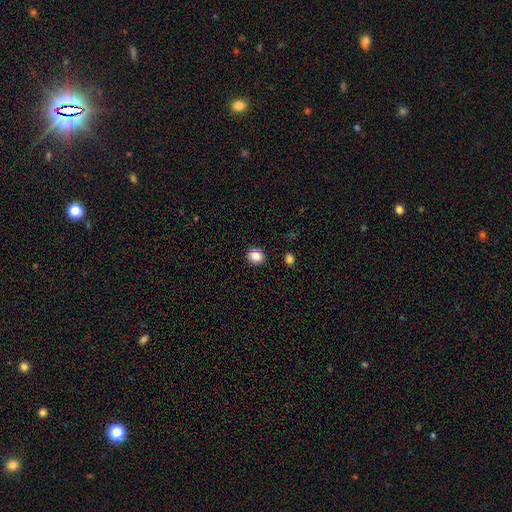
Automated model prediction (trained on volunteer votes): Overall: smooth (85%). How rounded: round (74%). Merging: none (89%).